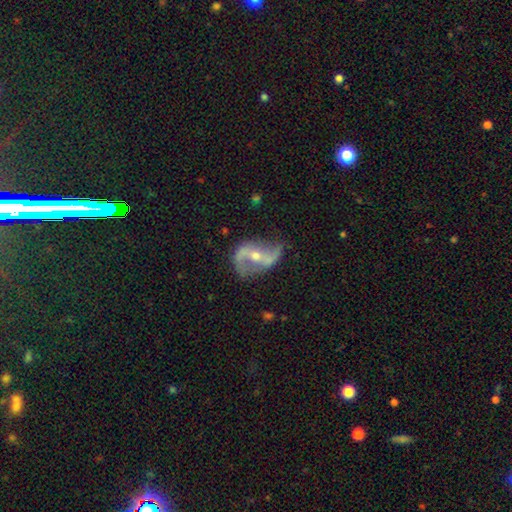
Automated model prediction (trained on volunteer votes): Morphology: type=featured or disk (87%); edge-on=no (96%); bar=strong (37%); spiral arms=yes (94%); winding=loose (70%); arm count=2 (91%); bulge=moderate (53%); merging=none (67%).